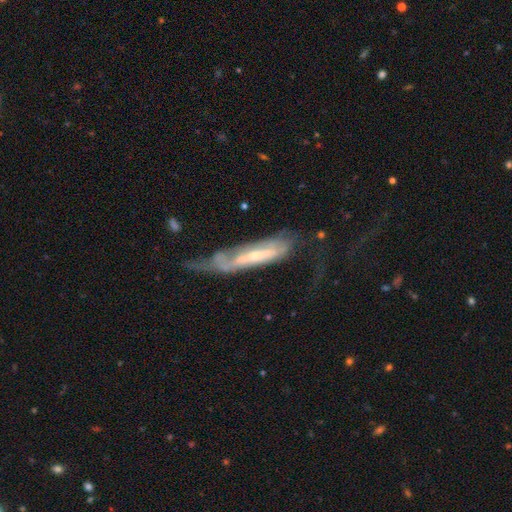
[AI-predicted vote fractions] Smooth or featured: featured or disk — 71% (smooth — 23%)
Edge-on disk: no — 59% (yes — 41%)
Merging: major disturbance — 38% (none — 32%)